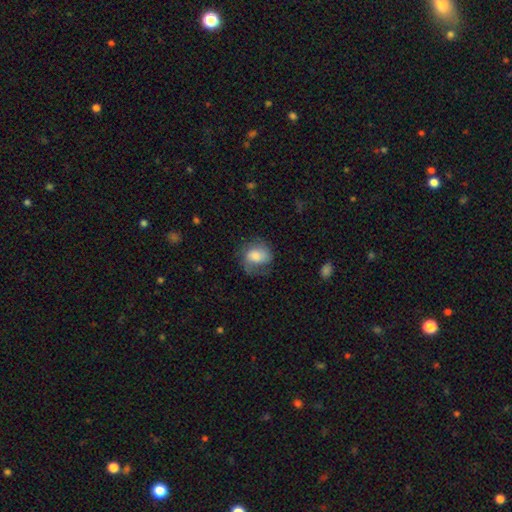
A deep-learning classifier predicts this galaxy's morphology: A smooth galaxy with no disk features (50%) that is round (52%).

Vote fractions:
- Smooth or featured? smooth: 50% / featured or disk: 42% / star or artifact: 8%
- How rounded? round: 52% / in between: 47% / cigar-shaped: 1%
- Merging? none: 52% / minor disturbance: 25% / major disturbance: 21% / merger: 2%